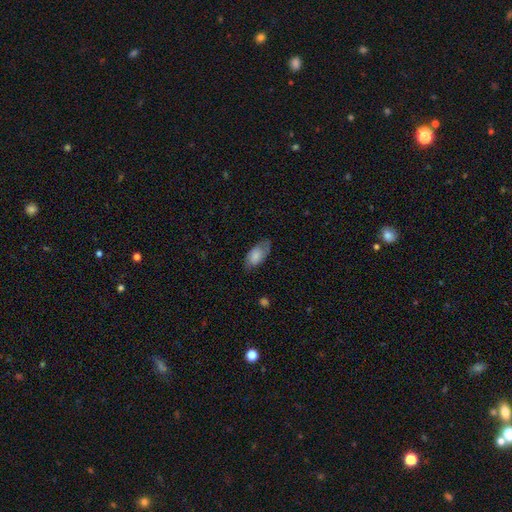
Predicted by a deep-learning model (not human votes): smooth_or_featured: smooth (p=0.70) [alt: featured or disk p=0.23]
how_rounded: in between (p=0.93) [alt: cigar-shaped p=0.04]
merging: none (p=0.69) [alt: minor disturbance p=0.23]